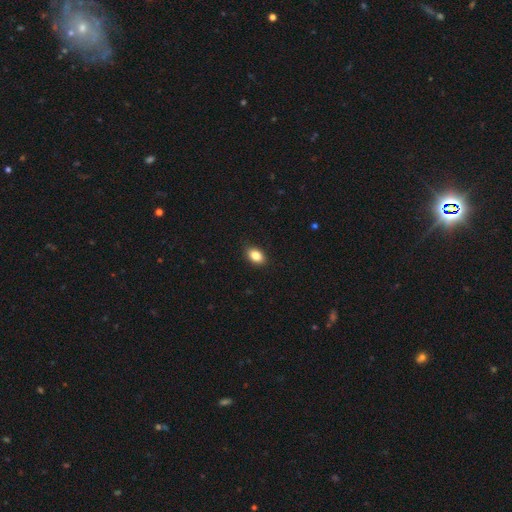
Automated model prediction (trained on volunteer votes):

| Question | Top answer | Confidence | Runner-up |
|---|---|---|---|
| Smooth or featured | smooth | 86% | star or artifact (8%) |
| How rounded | in between | 86% | round (12%) |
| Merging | none | 88% | minor disturbance (9%) |